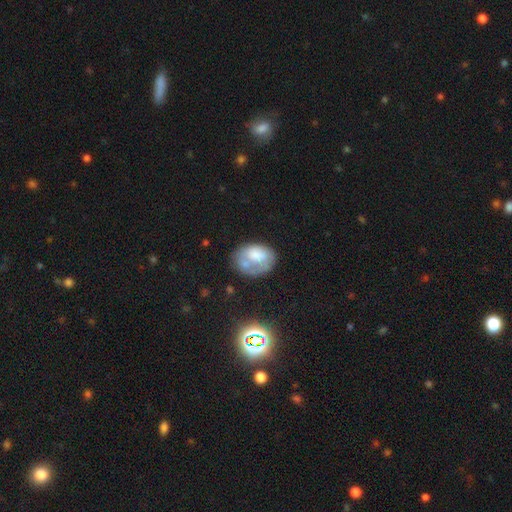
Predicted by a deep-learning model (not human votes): Q: Smooth or featured?
A: smooth (58%); runner-up: featured or disk (33%)
Q: How rounded?
A: in between (71%); runner-up: round (28%)
Q: Merging?
A: none (42%); runner-up: minor disturbance (26%)